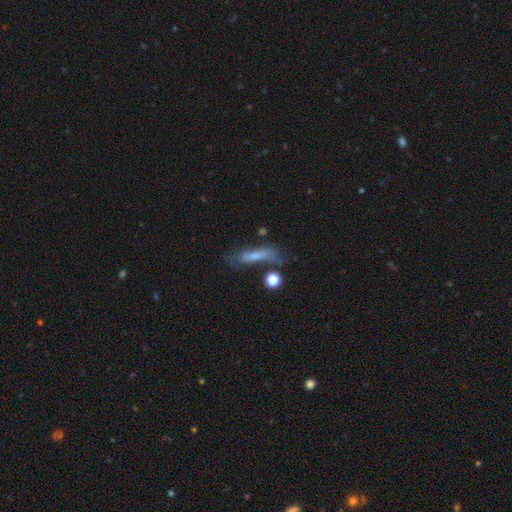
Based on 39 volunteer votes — This appears to be a smooth galaxy with no disk features (56%) that is in between round and cigar-shaped (50%). Merging: none (56%).